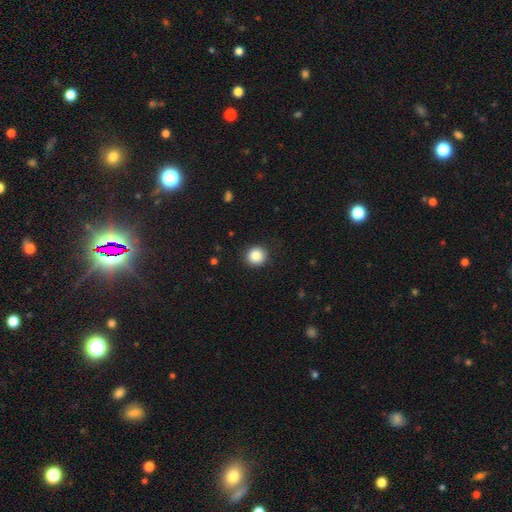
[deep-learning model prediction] This is clearly a smooth galaxy (88%). How rounded: clearly round (93%). Merging: clearly none (91%).